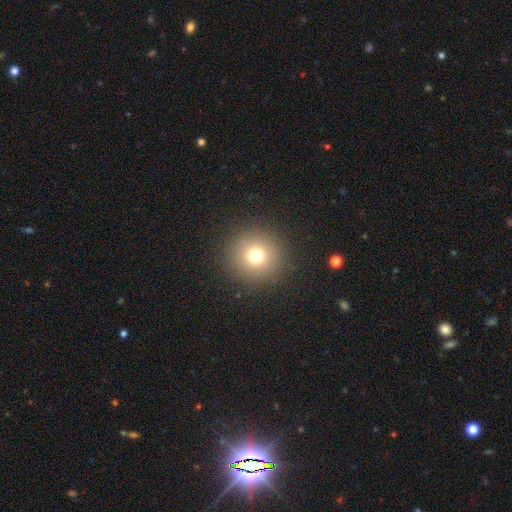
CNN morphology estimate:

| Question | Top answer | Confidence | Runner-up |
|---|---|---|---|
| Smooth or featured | smooth | 73% | star or artifact (16%) |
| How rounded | round | 95% | in between (4%) |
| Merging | none | 90% | minor disturbance (6%) |